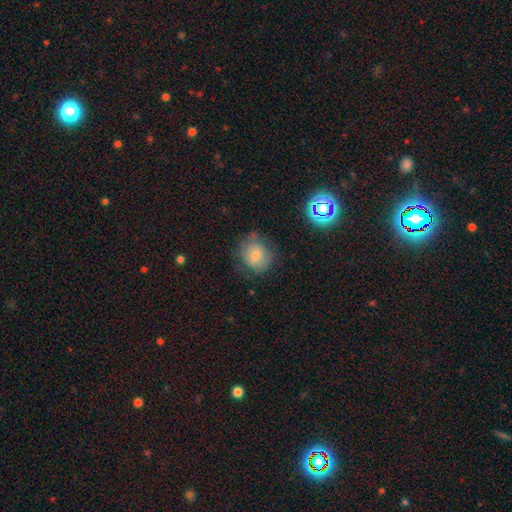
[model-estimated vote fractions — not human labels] The model was most divided on "smooth or featured": smooth: 64%, featured or disk: 21%, star or artifact: 15%. More confident: how rounded — round (75%); merging — none (66%).